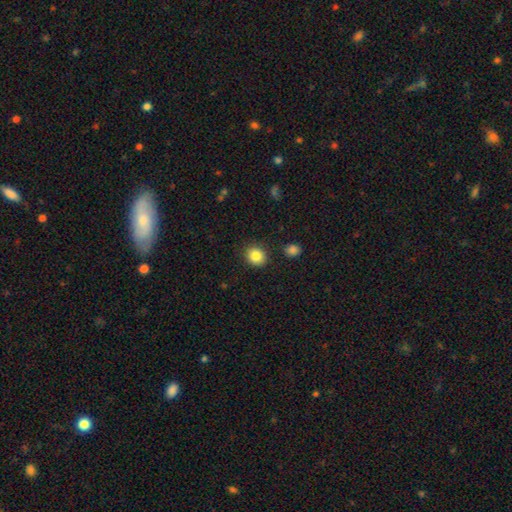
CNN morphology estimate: smooth-or-featured: smooth: 86% | star or artifact: 10% | featured or disk: 5%
  how-rounded: round: 81% | in between: 19% | cigar-shaped: 1%
  merging: none: 89% | minor disturbance: 7% | major disturbance: 2% | merger: 2%